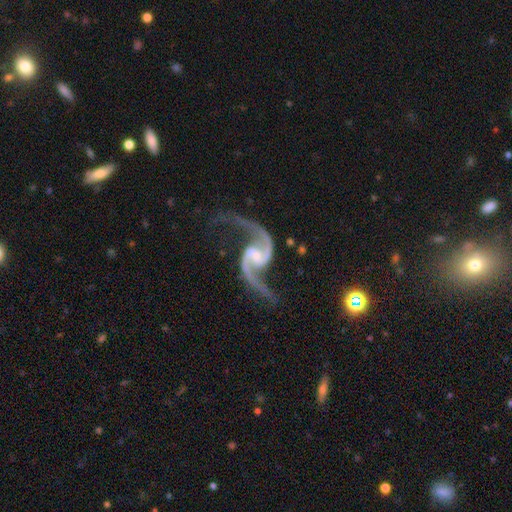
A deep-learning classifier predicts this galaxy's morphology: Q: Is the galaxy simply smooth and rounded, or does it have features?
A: featured or disk — 94%.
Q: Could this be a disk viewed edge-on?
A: no — 98%.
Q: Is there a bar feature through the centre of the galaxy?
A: weak — 48%.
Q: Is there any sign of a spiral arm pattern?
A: yes — 98%.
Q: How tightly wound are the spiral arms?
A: loose — 65%.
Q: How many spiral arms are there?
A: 2 — 95%.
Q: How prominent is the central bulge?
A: small — 50%.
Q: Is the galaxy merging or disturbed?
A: none — 67%.